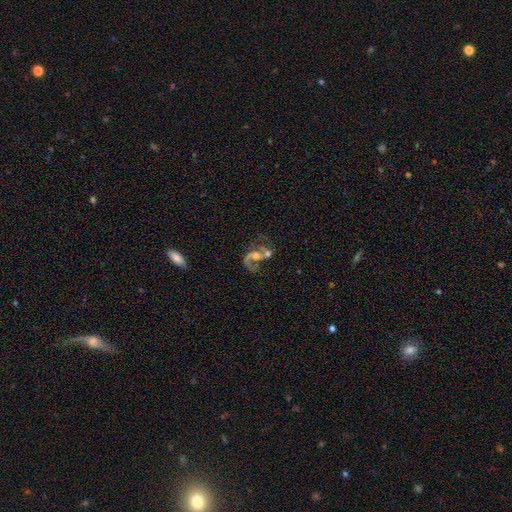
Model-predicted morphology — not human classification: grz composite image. It shows a featured or disk galaxy (74%) with no bar (60%), 2 (53%) loose (61%) spiral arms (83%) and a moderate central bulge (51%). Merging: merger (45%).